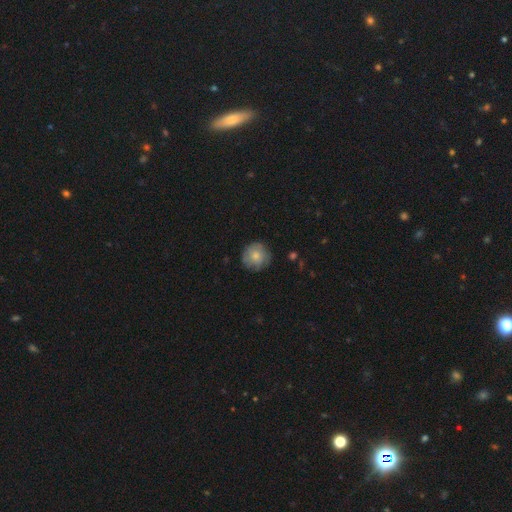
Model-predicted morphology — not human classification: Smooth or featured: smooth — 71% (featured or disk — 21%)
How rounded: round — 93% (in between — 6%)
Merging: none — 80% (minor disturbance — 15%)